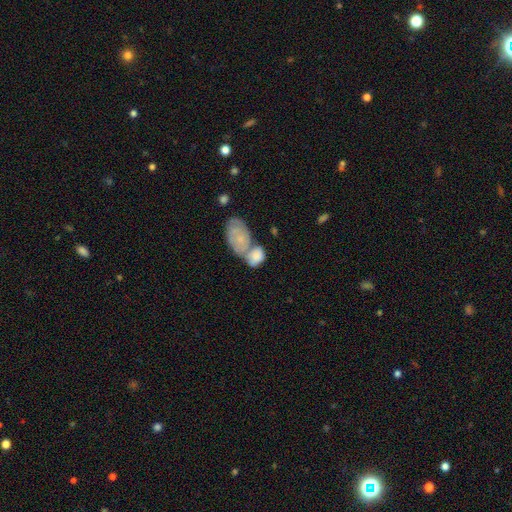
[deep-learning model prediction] This appears to be a smooth galaxy with no disk features (67%) that is in between round and cigar-shaped (80%). Merging: merger (60%).